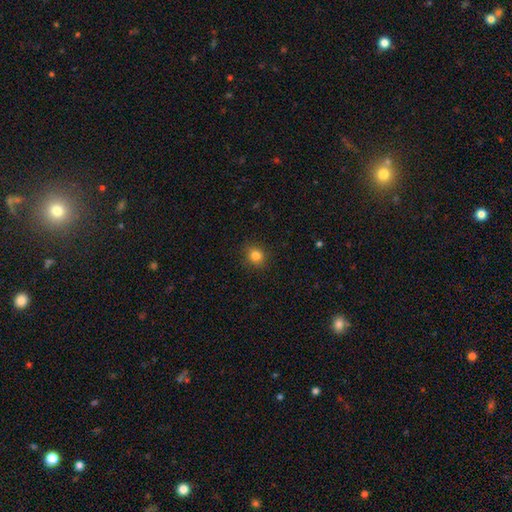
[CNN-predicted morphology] smooth-or-featured: smooth: 82% | star or artifact: 12% | featured or disk: 6%
  how-rounded: round: 78% | in between: 21% | cigar-shaped: 1%
  merging: none: 90% | minor disturbance: 7% | major disturbance: 2% | merger: 1%